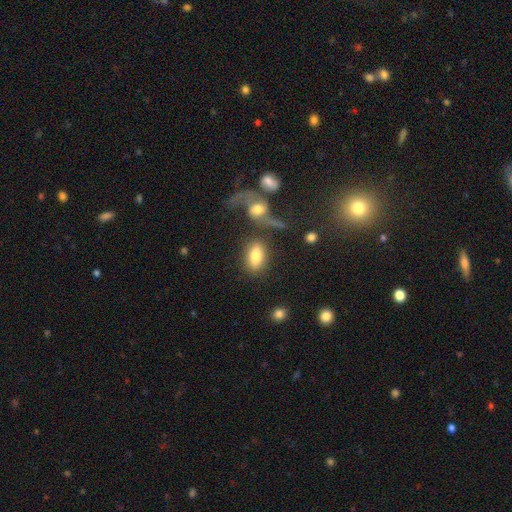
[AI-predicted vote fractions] Smooth or featured?
  - smooth: 79% *
  - featured or disk: 14%
  - star or artifact: 7%
How rounded?
  - in between: 89% *
  - round: 7%
  - cigar-shaped: 4%
Merging?
  - none: 67% *
  - minor disturbance: 13%
  - merger: 13%
  - major disturbance: 7%